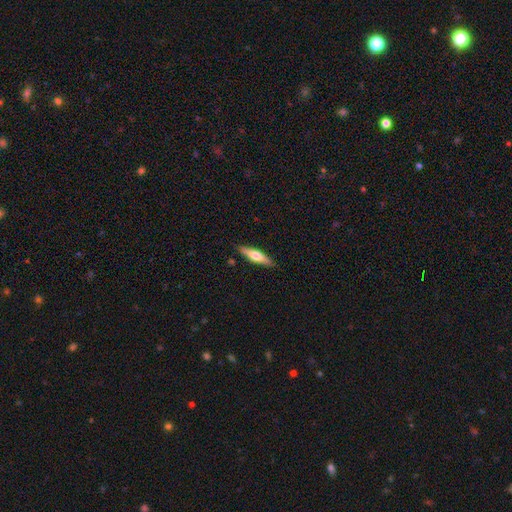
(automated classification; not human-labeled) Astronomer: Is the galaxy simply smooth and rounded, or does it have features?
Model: smooth — 50% (runner-up: featured or disk, 44%).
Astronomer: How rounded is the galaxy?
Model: cigar-shaped — 74%.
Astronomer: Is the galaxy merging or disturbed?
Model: none — 89%.